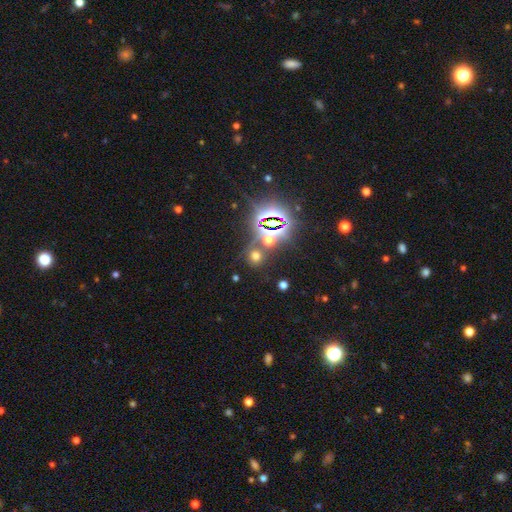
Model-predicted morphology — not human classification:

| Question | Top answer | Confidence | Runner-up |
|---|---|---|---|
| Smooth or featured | smooth | 48% | star or artifact (44%) |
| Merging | none | 73% | merger (13%) |